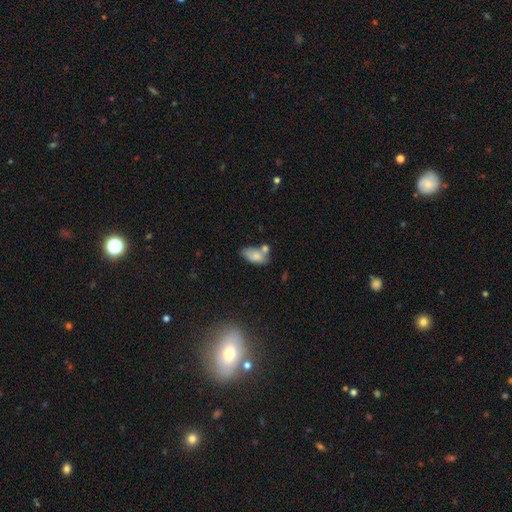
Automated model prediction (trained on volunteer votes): Smooth or featured?
  - smooth: 76% *
  - featured or disk: 16%
  - star or artifact: 8%
How rounded?
  - in between: 91% *
  - round: 5%
  - cigar-shaped: 3%
Merging?
  - none: 45% *
  - merger: 25%
  - minor disturbance: 23%
  - major disturbance: 7%